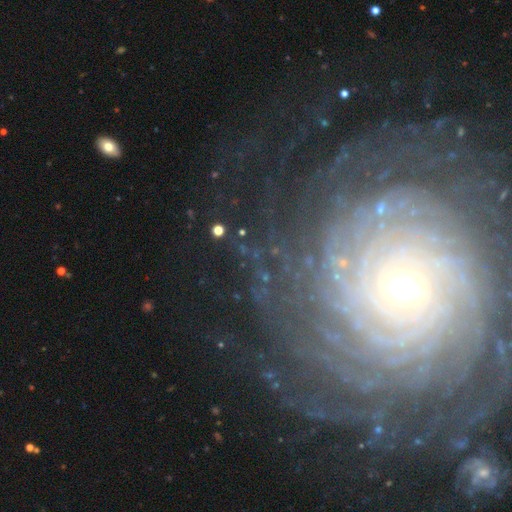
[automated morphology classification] Smooth or featured: featured or disk — 81% (star or artifact — 12%)
Edge-on disk: no — 96% (yes — 4%)
Bar: no — 43% (weak — 34%)
Spiral arms: yes — 94% (no — 6%)
Spiral winding: tight — 83% (medium — 12%)
Spiral arm count: more than 4 — 41% (can't tell — 23%)
Bulge size: small — 54% (moderate — 38%)
Merging: none — 79% (minor disturbance — 10%)